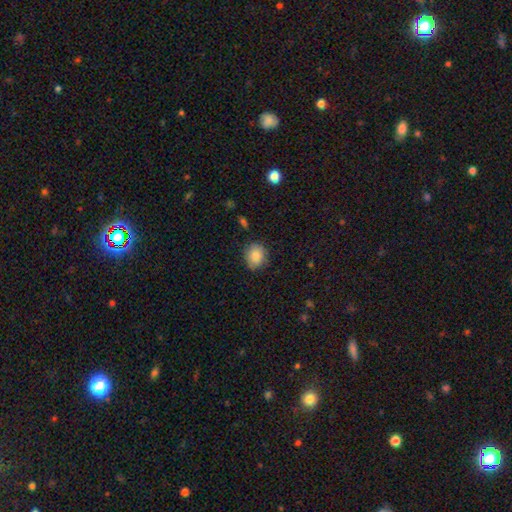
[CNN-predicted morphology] Overall: smooth (85%). How rounded: round (60%; in between 39%). Merging: none (80%).